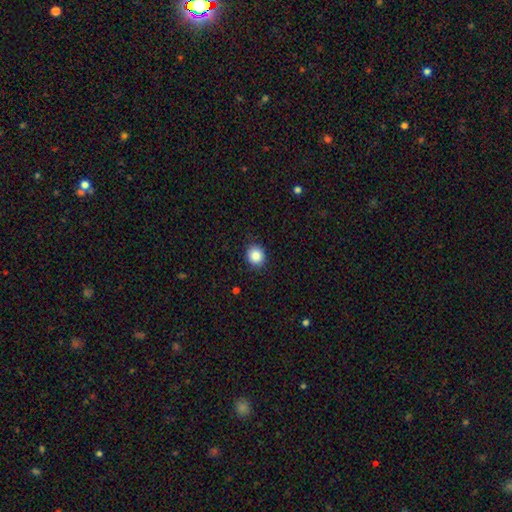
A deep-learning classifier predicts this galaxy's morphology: Q: Smooth or featured?
A: smooth (87%); runner-up: star or artifact (9%)
Q: How rounded?
A: round (83%); runner-up: in between (16%)
Q: Merging?
A: none (89%); runner-up: minor disturbance (8%)